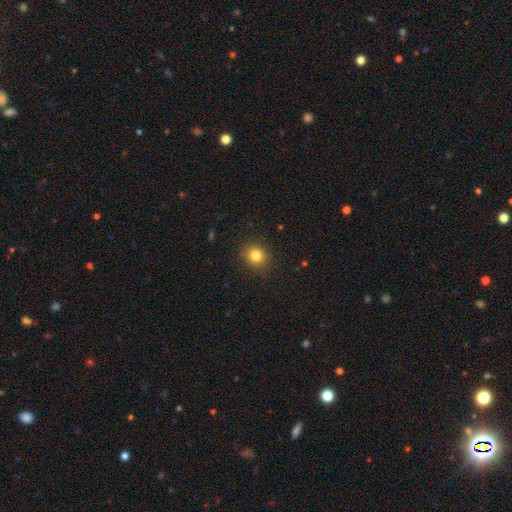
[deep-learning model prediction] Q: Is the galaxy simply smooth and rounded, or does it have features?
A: smooth — 82%.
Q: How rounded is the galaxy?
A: round — 79%.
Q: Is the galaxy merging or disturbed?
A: none — 88%.